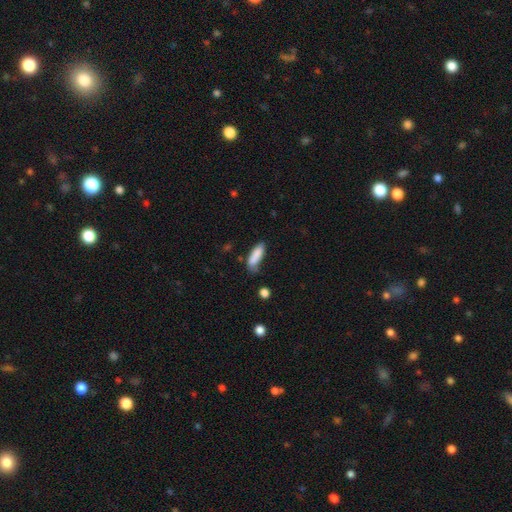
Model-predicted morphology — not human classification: Smooth or featured? Predicted: smooth (p=0.86). How rounded? Predicted: in between (p=0.54). Merging? Predicted: none (p=0.59).